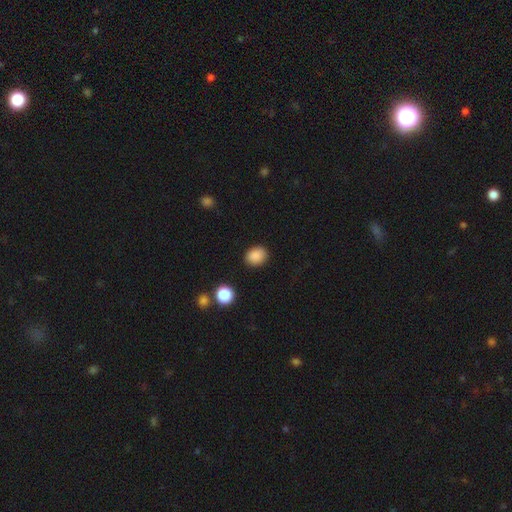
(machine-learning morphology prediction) Q: Smooth or featured?
A: smooth (87%); runner-up: star or artifact (9%)
Q: How rounded?
A: round (51%); runner-up: in between (49%)
Q: Merging?
A: none (87%); runner-up: minor disturbance (9%)